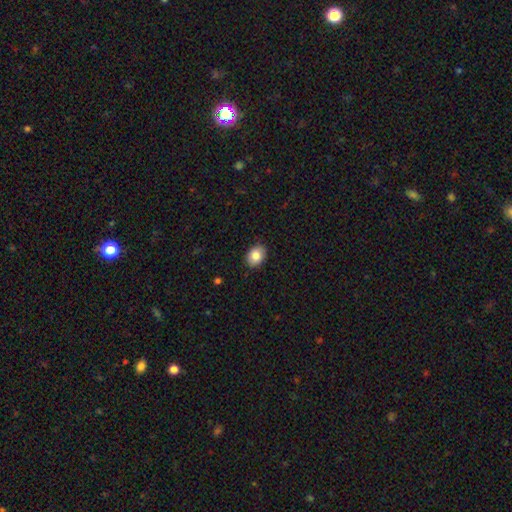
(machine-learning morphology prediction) Smooth or featured?
  - smooth: 85% *
  - star or artifact: 8%
  - featured or disk: 7%
How rounded?
  - in between: 71% *
  - round: 28%
  - cigar-shaped: 1%
Merging?
  - none: 89% *
  - minor disturbance: 9%
  - major disturbance: 2%
  - merger: 1%